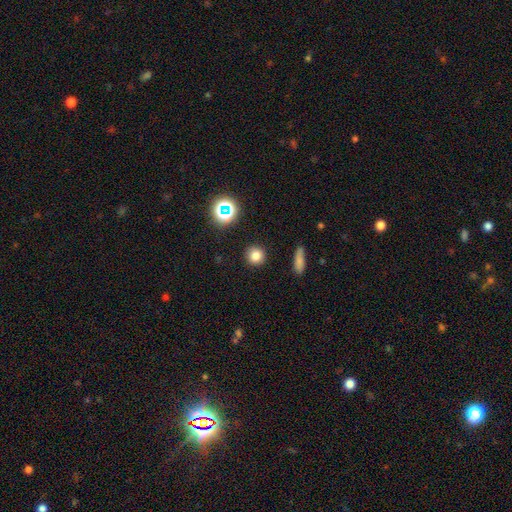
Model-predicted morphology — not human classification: smooth_or_featured: smooth (p=0.79) [alt: star or artifact p=0.15]
how_rounded: round (p=0.92) [alt: in between p=0.07]
merging: none (p=0.91) [alt: minor disturbance p=0.06]